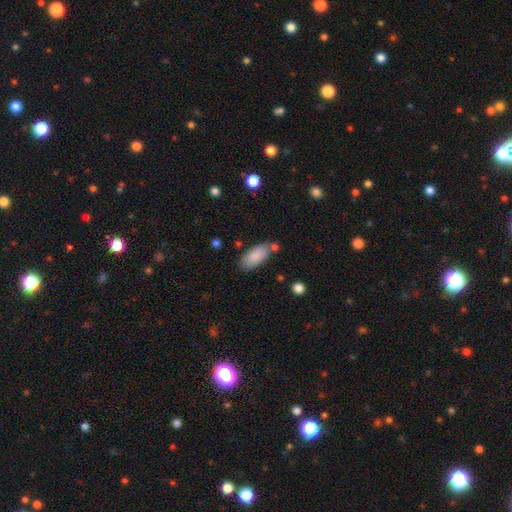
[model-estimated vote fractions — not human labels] This is clearly a smooth galaxy (87%). How rounded: clearly in between (87%). Merging: likely none (72%).